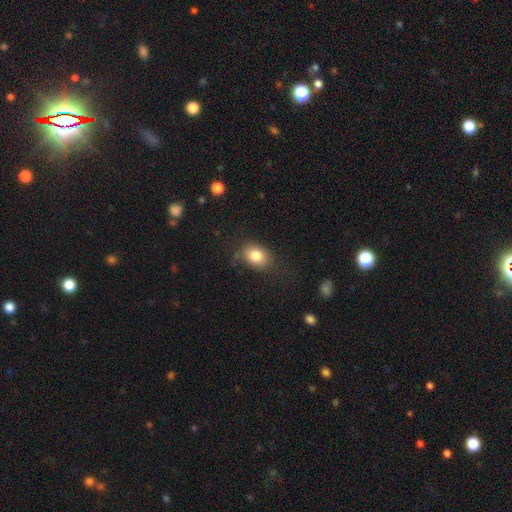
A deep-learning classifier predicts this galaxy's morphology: Overall: smooth (81%). How rounded: in between (67%; round 32%). Merging: none (76%).